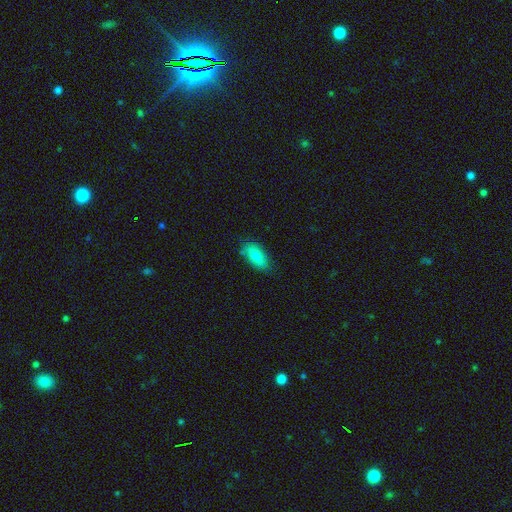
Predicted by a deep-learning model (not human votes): Smooth or featured? smooth (79%)
How rounded? in between (87%)
Merging? none (80%)